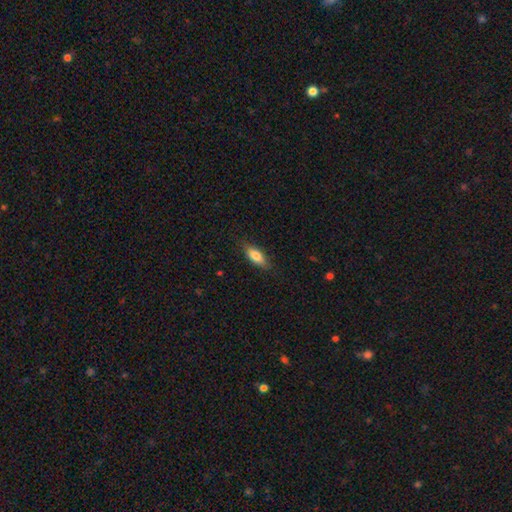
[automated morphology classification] This appears to be a smooth galaxy with no disk features (78%) that is in between round and cigar-shaped (74%). Merging: none (82%).